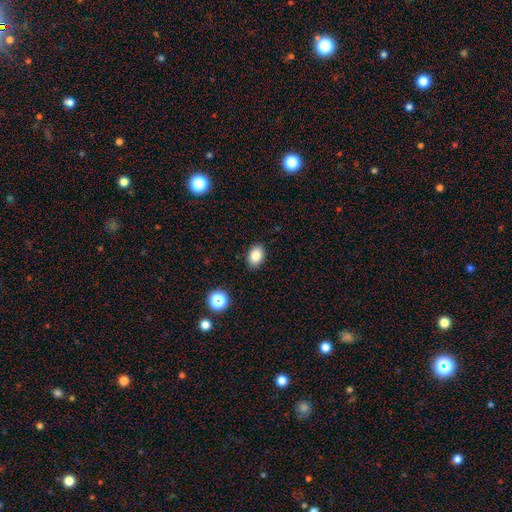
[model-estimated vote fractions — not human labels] Overall: smooth (84%). How rounded: in between (78%). Merging: none (88%).